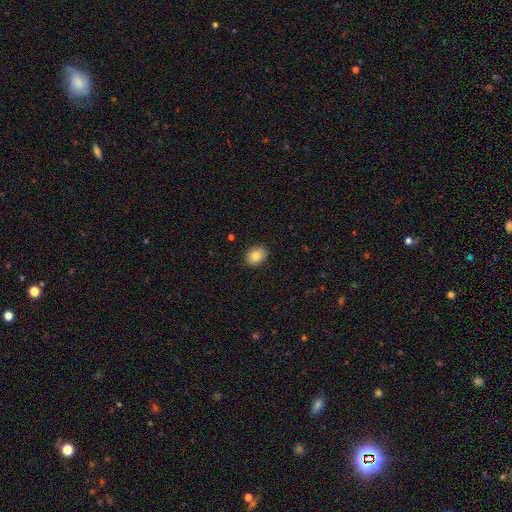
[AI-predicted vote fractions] The model was most divided on "how rounded": in between: 57%, round: 42%, cigar-shaped: 1%. More confident: merging — none (90%); smooth or featured — smooth (82%).